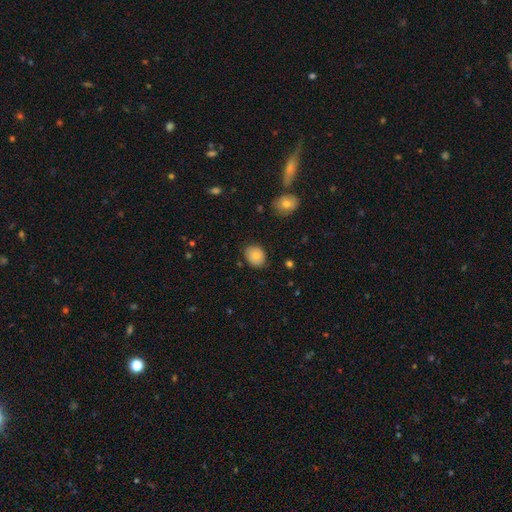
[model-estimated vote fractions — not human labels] This appears to be a smooth galaxy with no disk features (77%) that is in between round and cigar-shaped (51%). Merging: none (81%).